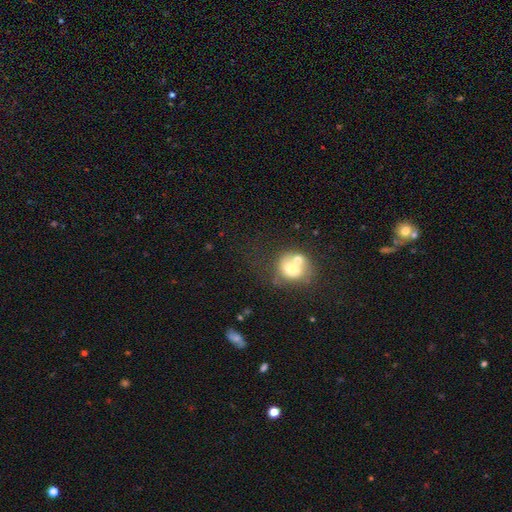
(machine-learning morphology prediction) This appears to be a smooth galaxy with no disk features (49%). Merging: none (47%).